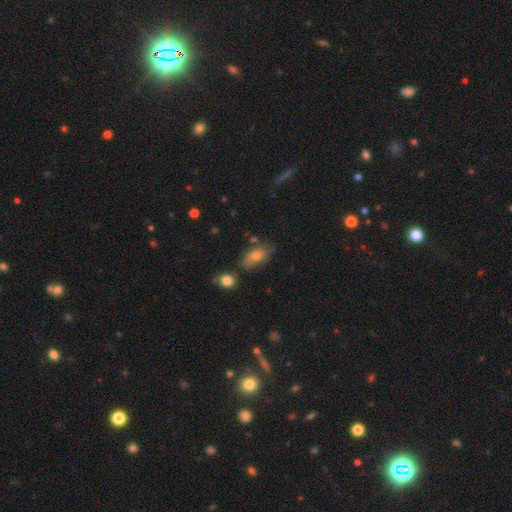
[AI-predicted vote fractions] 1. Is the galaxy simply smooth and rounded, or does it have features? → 61% smooth, 27% featured or disk, 12% star or artifact.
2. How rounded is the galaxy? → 85% in between, 8% round, 7% cigar-shaped.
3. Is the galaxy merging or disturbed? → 57% none, 27% minor disturbance, 9% major disturbance, 7% merger.